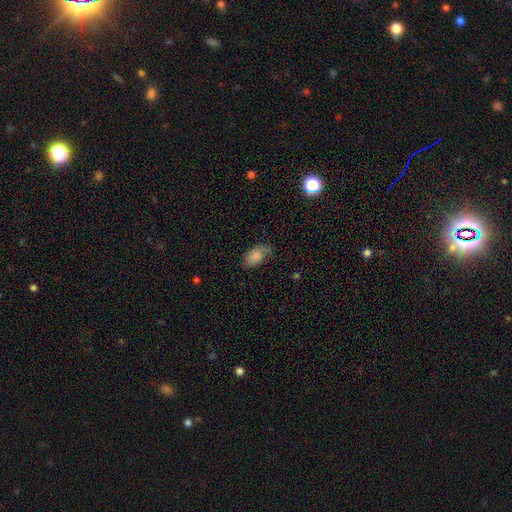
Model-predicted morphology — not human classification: A smooth galaxy with no disk features (73%) that is in between round and cigar-shaped (92%). Merging: none (51%).